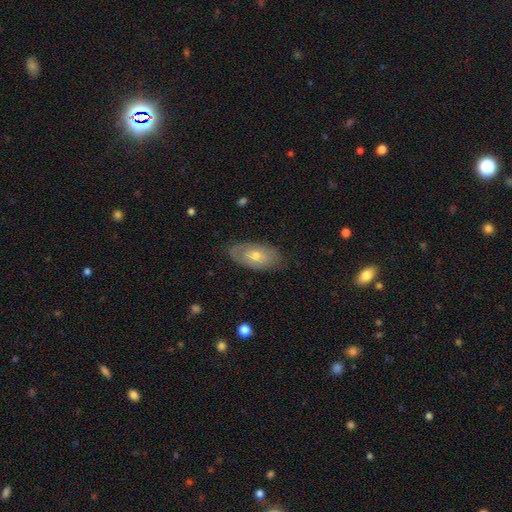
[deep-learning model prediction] Smooth or featured: smooth — 48% (featured or disk — 45%)
Merging: none — 75% (minor disturbance — 19%)